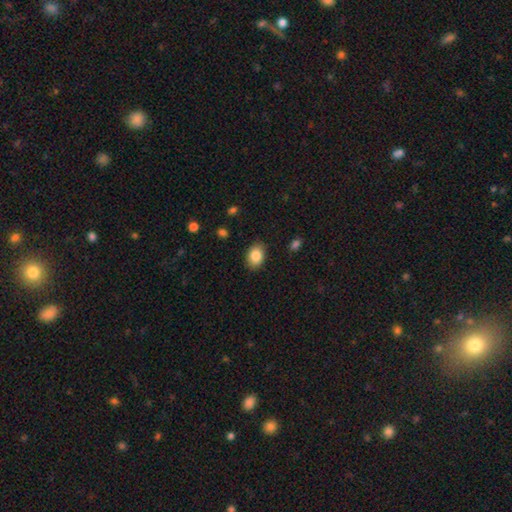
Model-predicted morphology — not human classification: This appears to be a smooth galaxy with no disk features (87%) that is in between round and cigar-shaped (79%). Merging: none (86%).